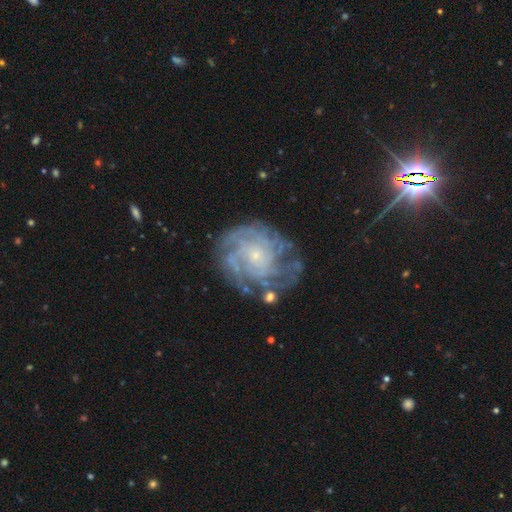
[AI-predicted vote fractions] A featured or disk galaxy (85%) with no bar (80%), tight (70%) spiral arms (94%) and a small central bulge (83%). Merging: none (67%).